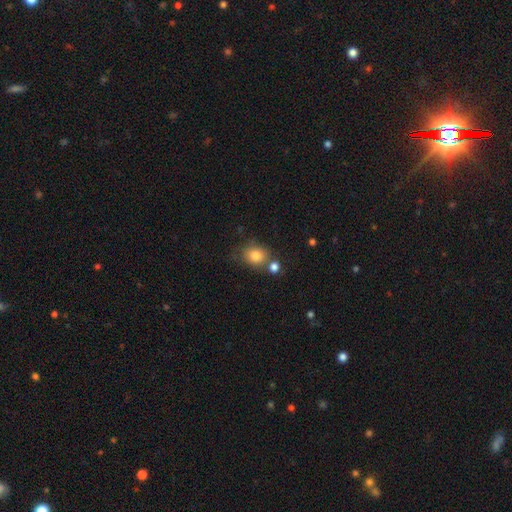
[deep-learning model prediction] Q: Smooth or featured?
A: smooth (81%); runner-up: star or artifact (10%)
Q: How rounded?
A: round (63%); runner-up: in between (36%)
Q: Merging?
A: none (60%); runner-up: merger (21%)